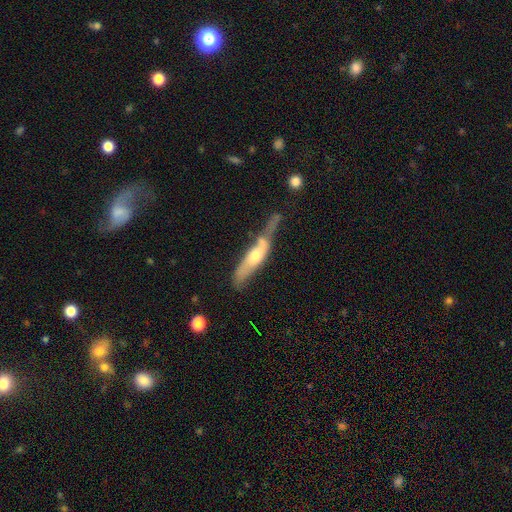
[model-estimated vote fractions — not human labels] Smooth or featured?
  - featured or disk: 53% *
  - smooth: 42%
  - star or artifact: 6%
Edge-on disk?
  - yes: 59% *
  - no: 41%
Merging?
  - none: 33% *
  - minor disturbance: 31%
  - major disturbance: 20%
  - merger: 15%